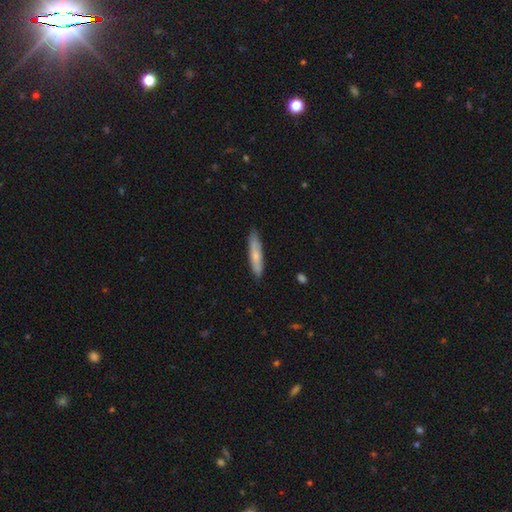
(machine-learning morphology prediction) A smooth galaxy with no disk features (69%) that is cigar-shaped (87%). Merging: none (87%).